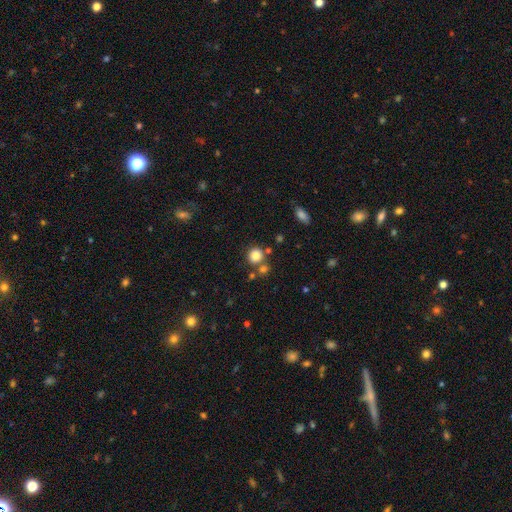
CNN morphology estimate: smooth-or-featured: smooth: 83% | star or artifact: 11% | featured or disk: 6%
  how-rounded: round: 89% | in between: 10% | cigar-shaped: 1%
  merging: none: 72% | merger: 15% | minor disturbance: 9% | major disturbance: 3%